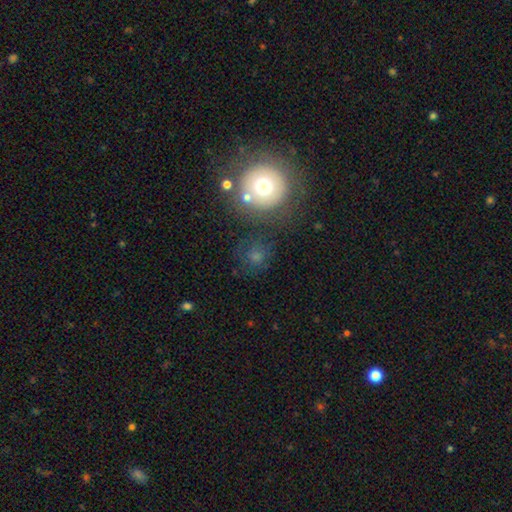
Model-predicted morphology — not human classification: Smooth or featured?
  - smooth: 64% *
  - star or artifact: 21%
  - featured or disk: 15%
How rounded?
  - round: 86% *
  - in between: 13%
  - cigar-shaped: 1%
Merging?
  - none: 64% *
  - minor disturbance: 15%
  - major disturbance: 12%
  - merger: 9%